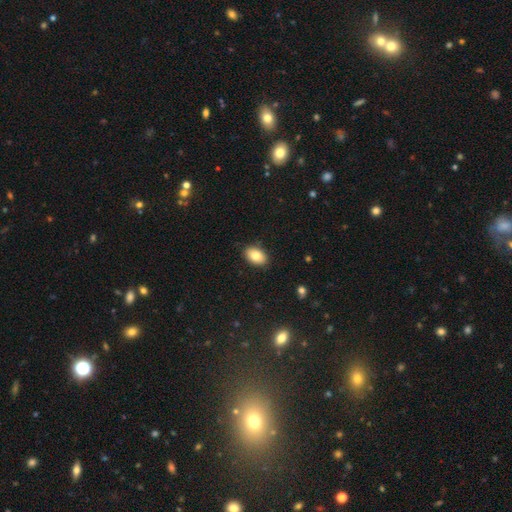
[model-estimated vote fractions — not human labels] Smooth or featured? Predicted: smooth (p=0.81). How rounded? Predicted: in between (p=0.89). Merging? Predicted: none (p=0.88).